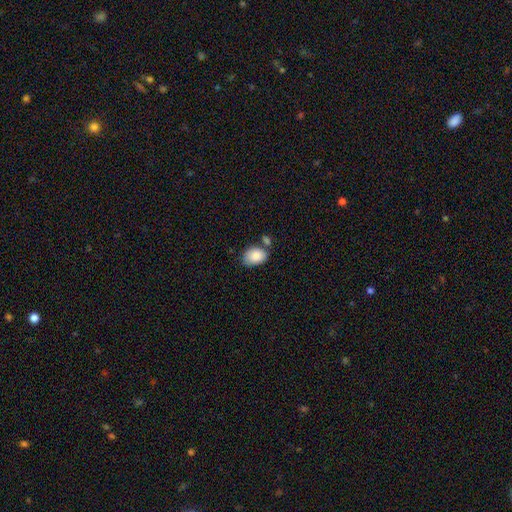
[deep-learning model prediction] Overall: smooth (87%). How rounded: in between (83%). Merging: none (58%; minor disturbance 21%).